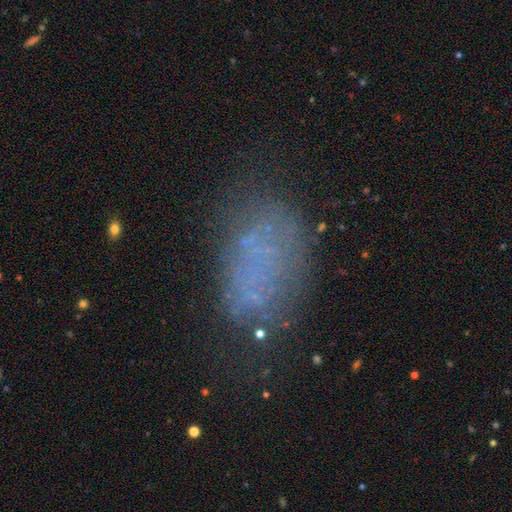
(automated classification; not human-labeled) Q: Smooth or featured?
A: smooth (47%); runner-up: featured or disk (32%)
Q: Merging?
A: none (57%); runner-up: minor disturbance (20%)